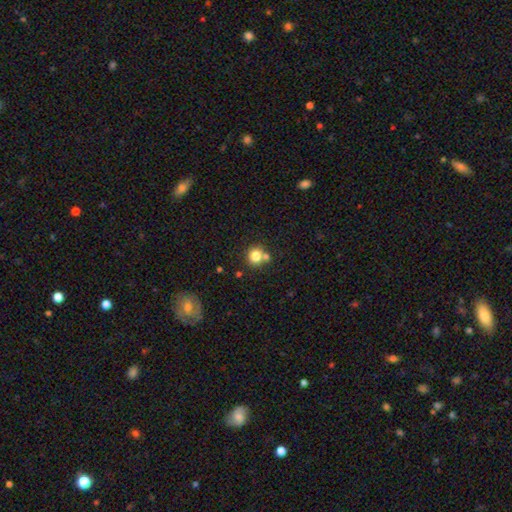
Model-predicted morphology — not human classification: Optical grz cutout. It shows a smooth galaxy with no disk features (81%) that is round (87%). Merging: none (63%).